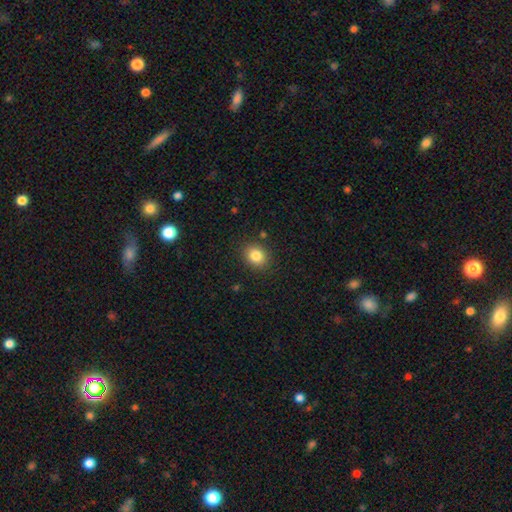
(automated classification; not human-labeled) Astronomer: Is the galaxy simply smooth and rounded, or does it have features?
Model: smooth — 83%.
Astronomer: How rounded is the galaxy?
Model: round — 62%.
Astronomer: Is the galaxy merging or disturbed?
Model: none — 88%.